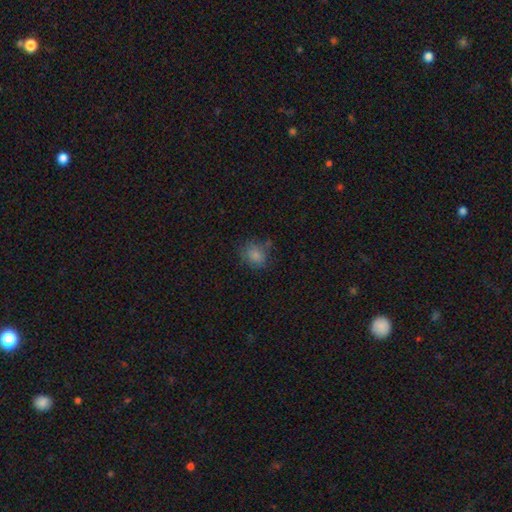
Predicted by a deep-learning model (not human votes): smooth 80%, star or artifact 12%, featured or disk 8%. Down the decision tree: how rounded — round (59%); merging — none (68%).